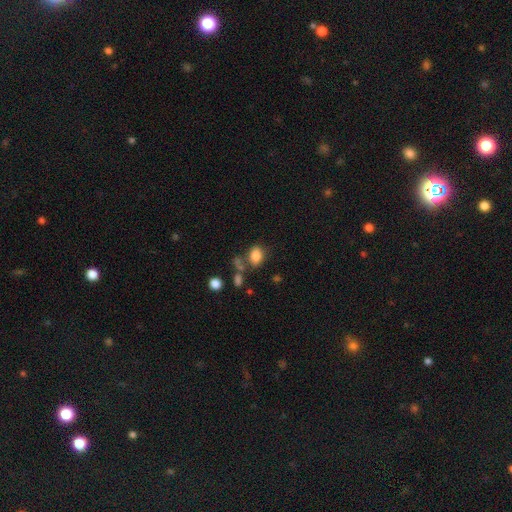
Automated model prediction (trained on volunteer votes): smooth_or_featured: smooth (p=0.82) [alt: star or artifact p=0.11]
how_rounded: in between (p=0.70) [alt: round p=0.29]
merging: none (p=0.63) [alt: minor disturbance p=0.15]